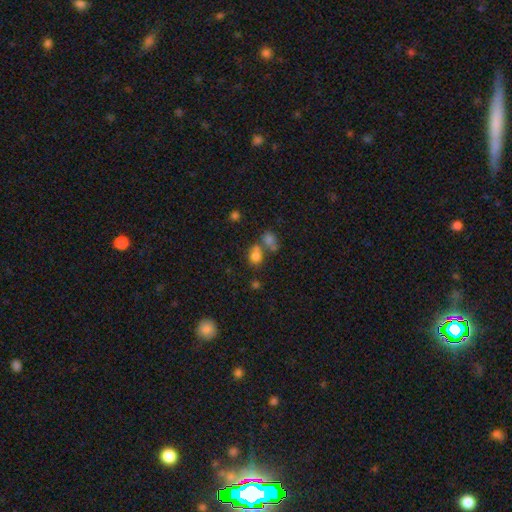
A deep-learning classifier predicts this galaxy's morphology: The model was most divided on "merging": none: 45%, merger: 39%, minor disturbance: 11%, major disturbance: 6%. More confident: smooth or featured — smooth (75%); how rounded — round (58%).